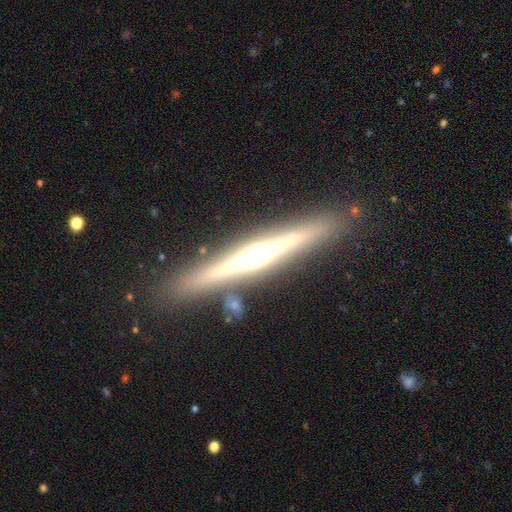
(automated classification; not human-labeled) smooth-or-featured: featured or disk: 77% | smooth: 16% | star or artifact: 7%
  disk-edge-on: yes: 97% | no: 3%
    edge-on-bulge: rounded: 79% | boxy: 12% | none: 9%
  merging: none: 87% | minor disturbance: 8% | merger: 3% | major disturbance: 2%